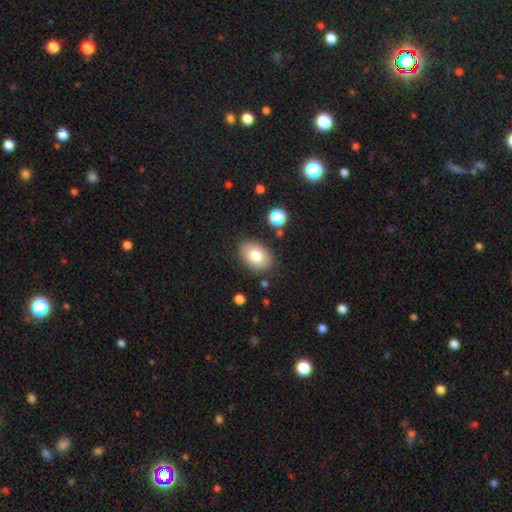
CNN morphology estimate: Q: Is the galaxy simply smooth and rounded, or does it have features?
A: smooth — 79%.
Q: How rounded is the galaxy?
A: in between — 81%.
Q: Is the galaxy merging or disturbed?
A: none — 84%.